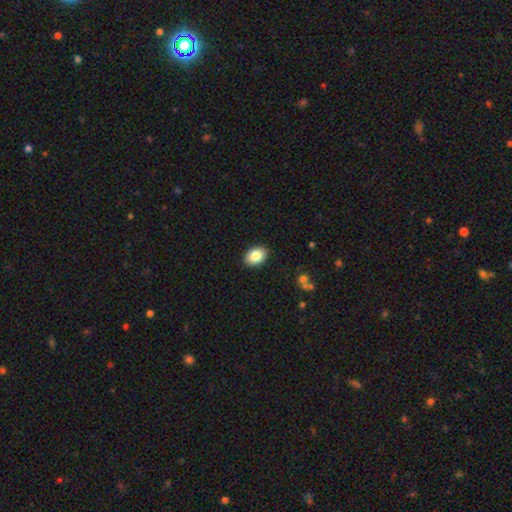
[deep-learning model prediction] This appears to be a smooth galaxy with no disk features (85%) that is in between round and cigar-shaped (83%). Merging: none (89%).